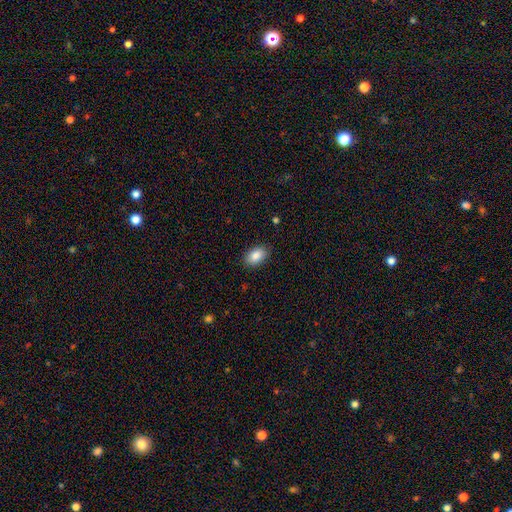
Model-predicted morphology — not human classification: smooth_or_featured: smooth (p=0.87) [alt: star or artifact p=0.07]
how_rounded: in between (p=0.90) [alt: round p=0.08]
merging: none (p=0.87) [alt: minor disturbance p=0.10]